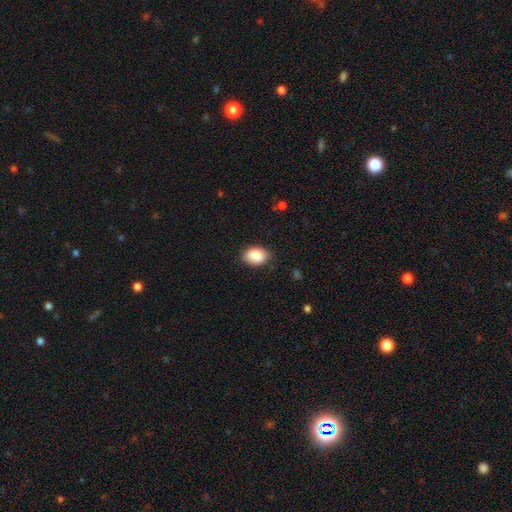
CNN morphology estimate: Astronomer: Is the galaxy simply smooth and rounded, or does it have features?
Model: smooth — 89%.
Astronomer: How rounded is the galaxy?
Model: in between — 78%.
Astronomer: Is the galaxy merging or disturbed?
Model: none — 84%.